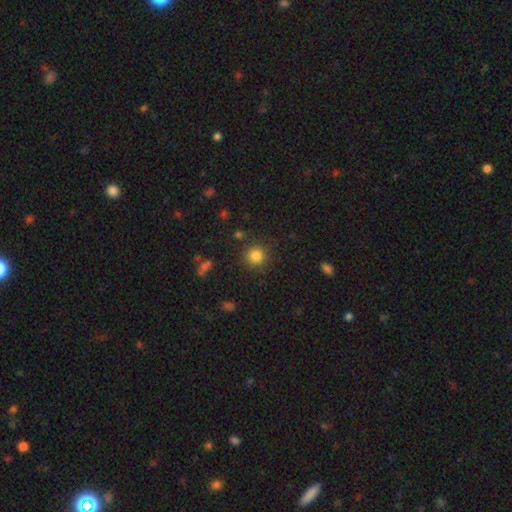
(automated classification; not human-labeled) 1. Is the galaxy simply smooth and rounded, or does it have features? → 83% smooth, 12% star or artifact, 5% featured or disk.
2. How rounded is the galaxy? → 92% round, 7% in between, 1% cigar-shaped.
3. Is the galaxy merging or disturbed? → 85% none, 9% minor disturbance, 4% major disturbance, 3% merger.